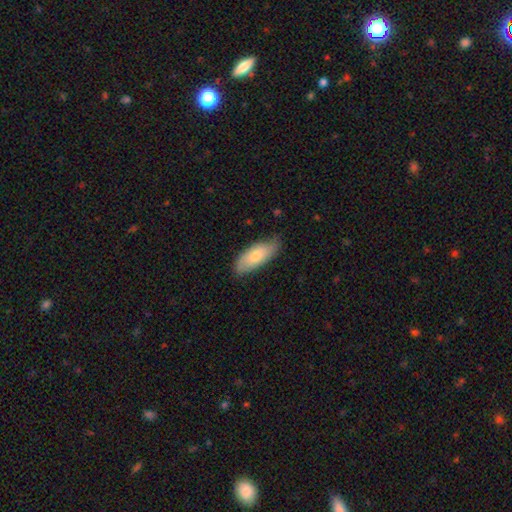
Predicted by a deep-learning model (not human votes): This appears to be a smooth galaxy with no disk features (70%) that is in between round and cigar-shaped (78%). Merging: none (75%).